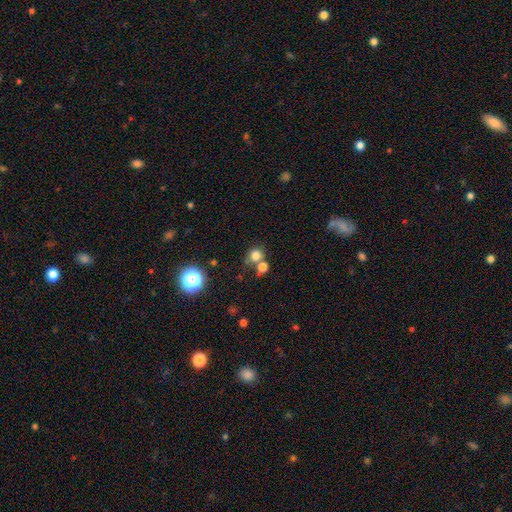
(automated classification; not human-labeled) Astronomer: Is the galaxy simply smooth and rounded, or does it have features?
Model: smooth — 77%.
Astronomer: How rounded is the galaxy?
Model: round — 84%.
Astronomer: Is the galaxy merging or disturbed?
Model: none — 54% (runner-up: merger, 32%).